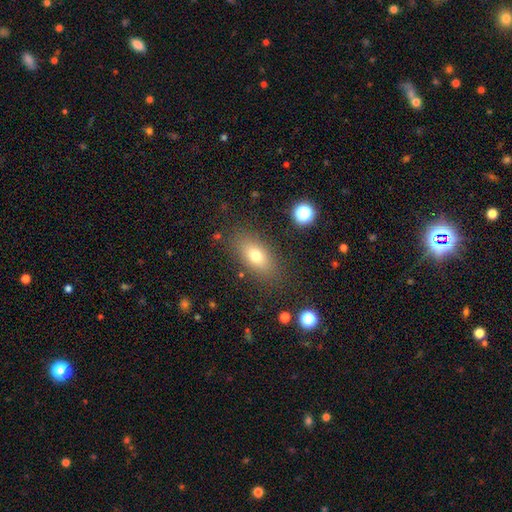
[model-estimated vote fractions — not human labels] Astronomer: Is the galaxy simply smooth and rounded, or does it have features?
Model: smooth — 72%.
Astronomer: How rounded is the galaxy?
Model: in between — 83%.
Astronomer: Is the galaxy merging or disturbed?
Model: none — 83%.